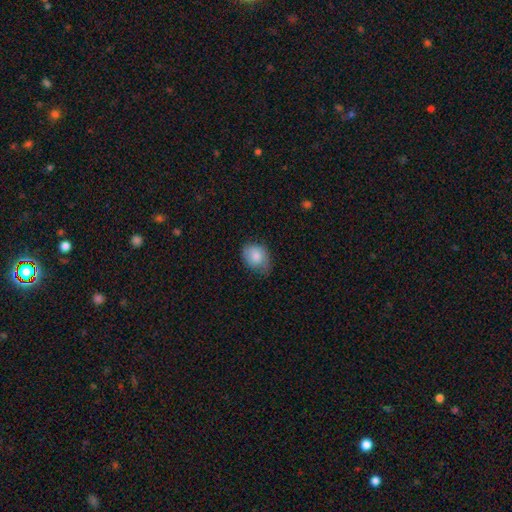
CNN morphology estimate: This appears to be a smooth galaxy with no disk features (81%) that is in between round and cigar-shaped (54%). Merging: none (54%).